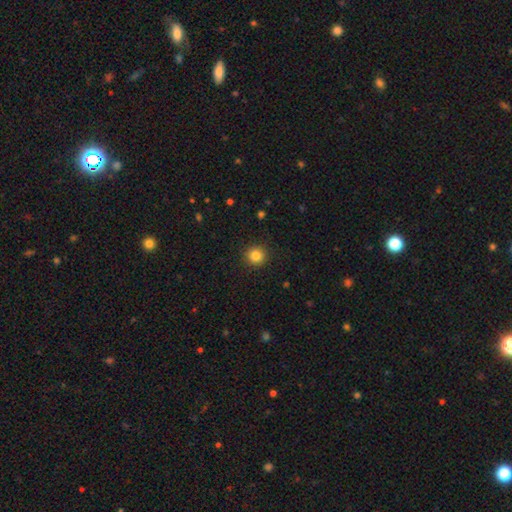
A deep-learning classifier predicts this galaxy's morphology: Q: Smooth or featured?
A: smooth (83%); runner-up: star or artifact (12%)
Q: How rounded?
A: round (94%); runner-up: in between (5%)
Q: Merging?
A: none (92%); runner-up: minor disturbance (5%)